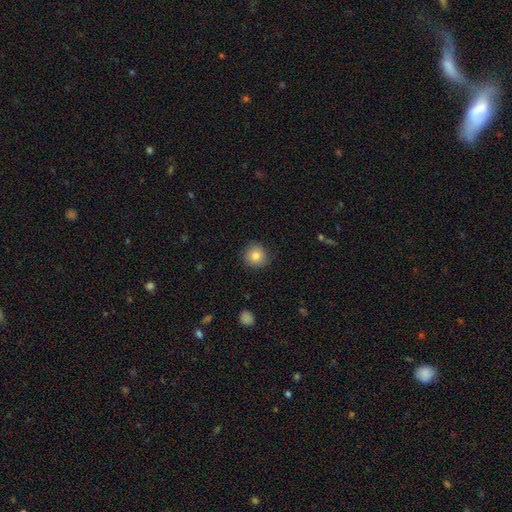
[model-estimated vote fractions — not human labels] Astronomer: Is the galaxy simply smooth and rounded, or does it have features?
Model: smooth — 82%.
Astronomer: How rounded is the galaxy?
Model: round — 92%.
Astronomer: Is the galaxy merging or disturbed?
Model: none — 85%.